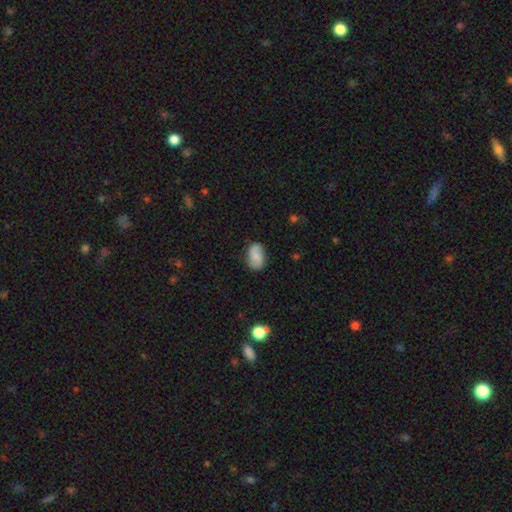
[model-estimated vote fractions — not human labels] The model was most divided on "smooth or featured": smooth: 56%, featured or disk: 36%, star or artifact: 9%. More confident: how rounded — in between (89%); merging — none (76%).